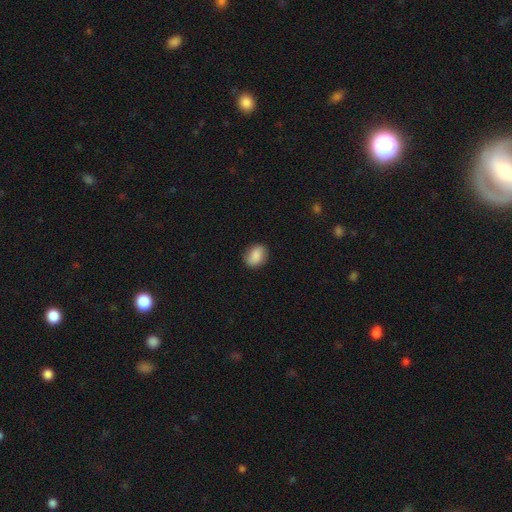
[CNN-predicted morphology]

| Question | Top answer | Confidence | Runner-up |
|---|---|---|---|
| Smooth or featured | smooth | 84% | featured or disk (9%) |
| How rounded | in between | 58% | round (40%) |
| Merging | none | 83% | minor disturbance (13%) |